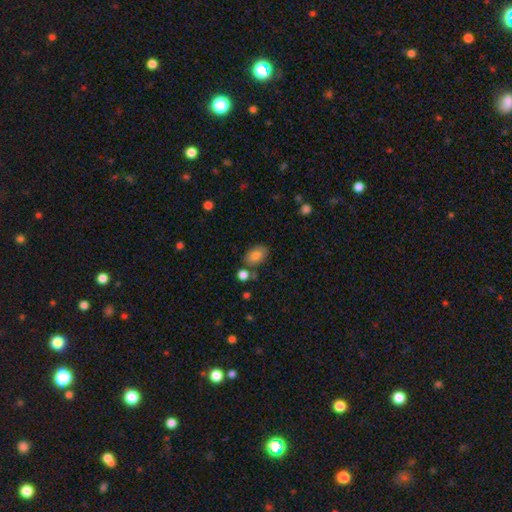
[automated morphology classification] type=smooth (80%); roundness=in between (85%); merging=none (72%).